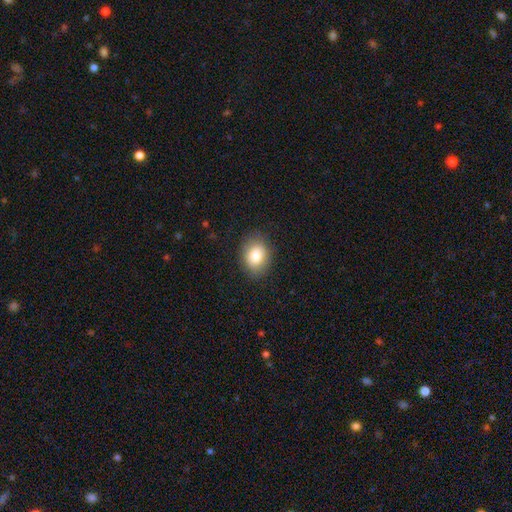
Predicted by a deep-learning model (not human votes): Smooth or featured? smooth (81%)
How rounded? in between (62%)
Merging? none (84%)